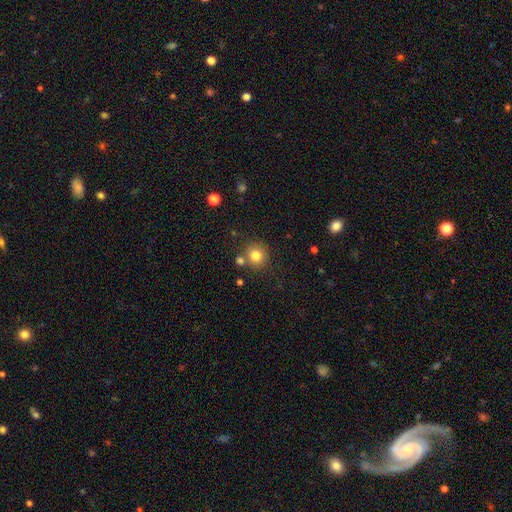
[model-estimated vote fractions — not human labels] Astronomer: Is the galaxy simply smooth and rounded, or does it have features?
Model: smooth — 81%.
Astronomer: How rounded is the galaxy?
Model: round — 91%.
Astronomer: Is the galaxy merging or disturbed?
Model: none — 75%.